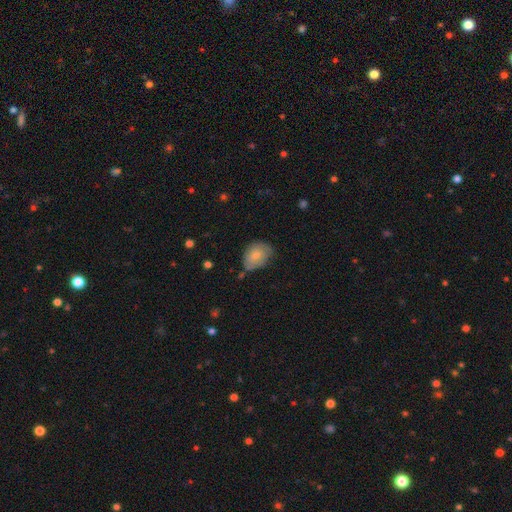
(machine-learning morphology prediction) smooth-or-featured: smooth: 69% | featured or disk: 25% | star or artifact: 7%
  how-rounded: in between: 75% | round: 24% | cigar-shaped: 1%
  merging: none: 54% | minor disturbance: 35% | major disturbance: 7% | merger: 4%